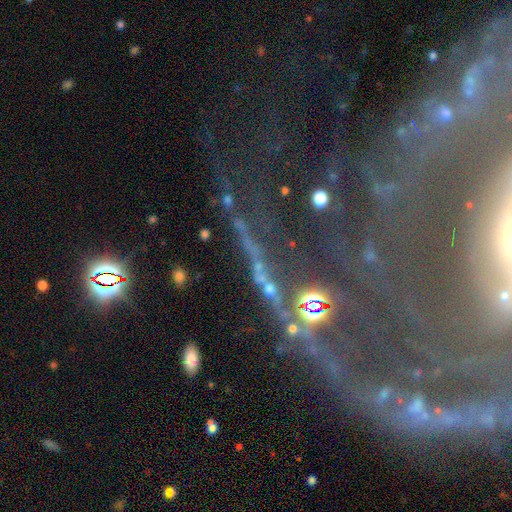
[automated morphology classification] Smooth or featured: star or artifact — 58% (featured or disk — 28%)